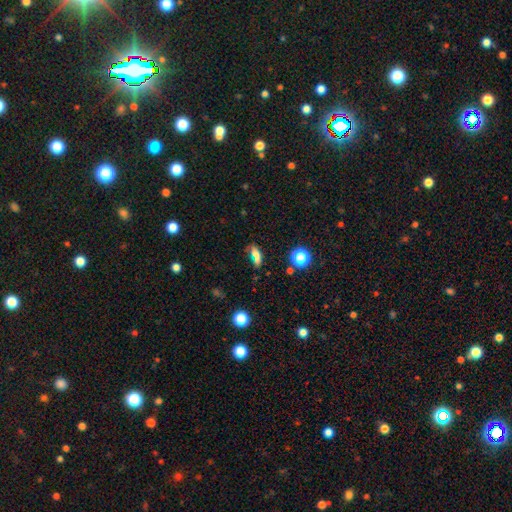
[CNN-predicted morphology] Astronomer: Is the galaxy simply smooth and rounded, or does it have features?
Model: smooth — 70%.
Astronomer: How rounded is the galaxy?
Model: in between — 50% (runner-up: cigar-shaped, 42%).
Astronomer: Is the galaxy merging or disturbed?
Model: none — 57%.